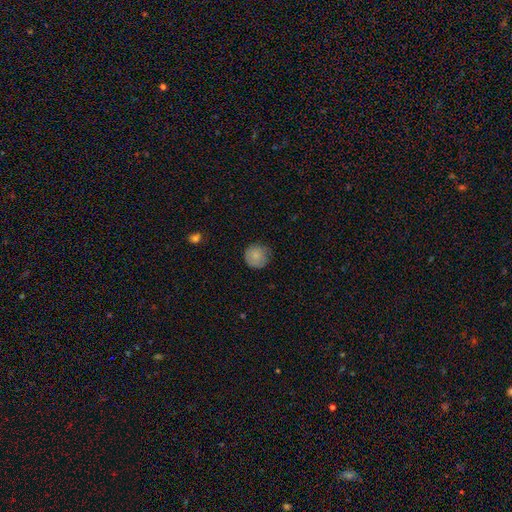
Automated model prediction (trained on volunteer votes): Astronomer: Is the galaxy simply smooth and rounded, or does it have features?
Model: smooth — 81%.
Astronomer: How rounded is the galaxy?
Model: round — 93%.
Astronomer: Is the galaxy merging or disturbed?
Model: none — 78%.